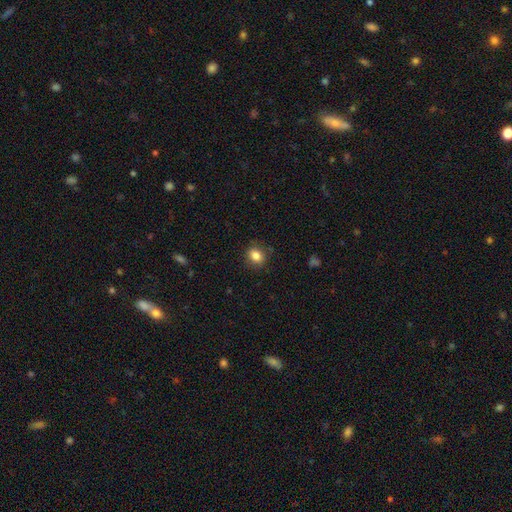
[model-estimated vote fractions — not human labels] smooth 85%, star or artifact 10%, featured or disk 6%. Down the decision tree: how rounded — round (54%); merging — none (83%).